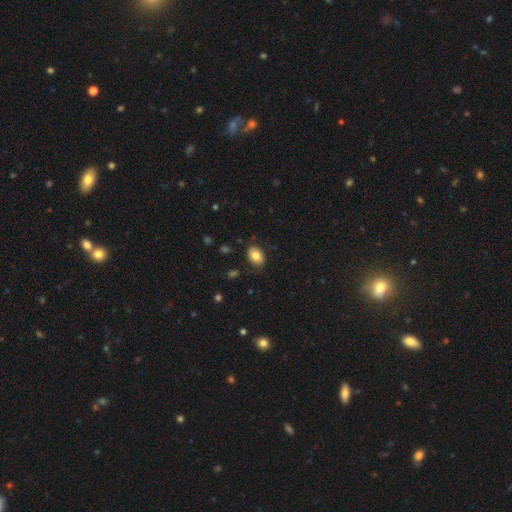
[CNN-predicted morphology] A smooth galaxy with no disk features (84%) that is in between round and cigar-shaped (81%). Merging: none (85%).